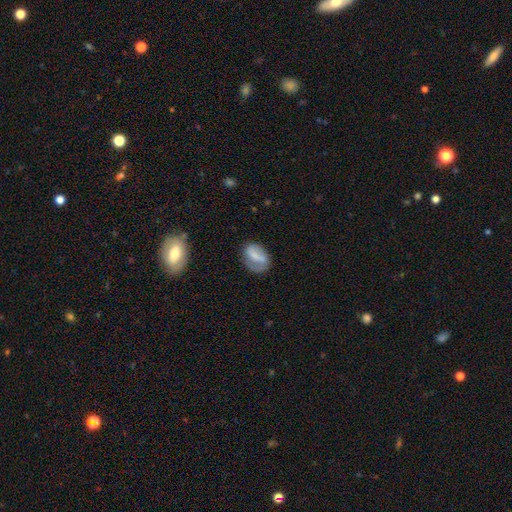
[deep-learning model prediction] Smooth or featured?
  - smooth: 52% *
  - featured or disk: 40%
  - star or artifact: 8%
How rounded?
  - in between: 78% *
  - round: 19%
  - cigar-shaped: 3%
Merging?
  - none: 56% *
  - minor disturbance: 26%
  - major disturbance: 15%
  - merger: 3%